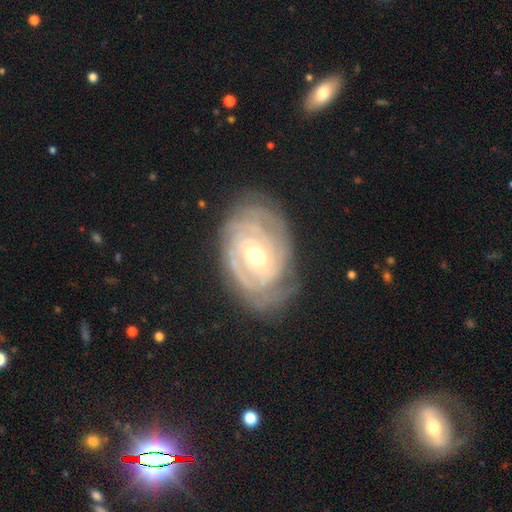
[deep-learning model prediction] Smooth or featured? Predicted: featured or disk (p=0.85). Edge-on disk? Predicted: no (p=0.96). Bar? Predicted: no (p=0.45). Spiral arms? Predicted: yes (p=0.93). Spiral winding? Predicted: tight (p=0.76). Spiral arm count? Predicted: can't tell (p=0.39). Bulge size? Predicted: moderate (p=0.69). Merging? Predicted: none (p=0.73).